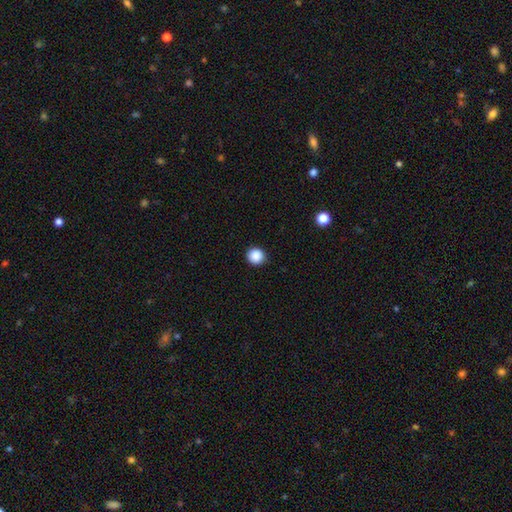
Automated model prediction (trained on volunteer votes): Q: Smooth or featured?
A: smooth (88%); runner-up: star or artifact (10%)
Q: How rounded?
A: round (91%); runner-up: in between (8%)
Q: Merging?
A: none (91%); runner-up: minor disturbance (6%)